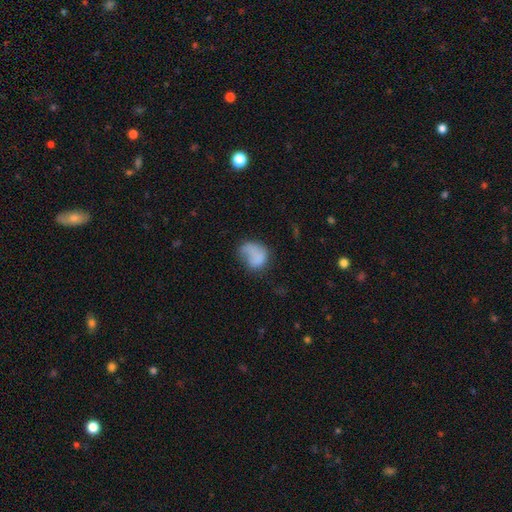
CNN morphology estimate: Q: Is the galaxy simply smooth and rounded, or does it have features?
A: smooth — 68%.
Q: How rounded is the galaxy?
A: in between — 56%.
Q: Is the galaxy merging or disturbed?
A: major disturbance — 35%.